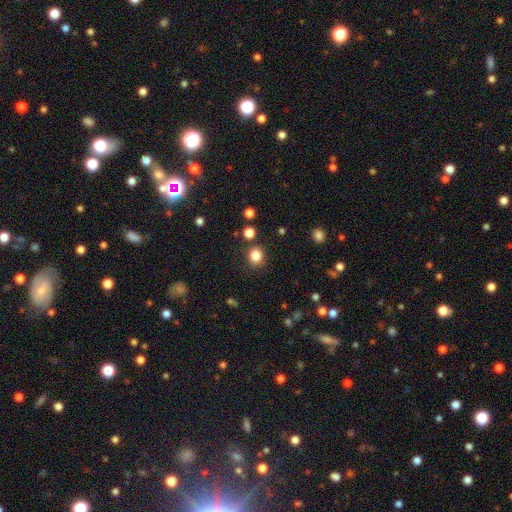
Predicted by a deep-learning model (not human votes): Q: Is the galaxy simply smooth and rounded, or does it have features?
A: smooth — 83%.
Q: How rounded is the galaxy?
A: round — 78%.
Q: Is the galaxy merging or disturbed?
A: none — 85%.